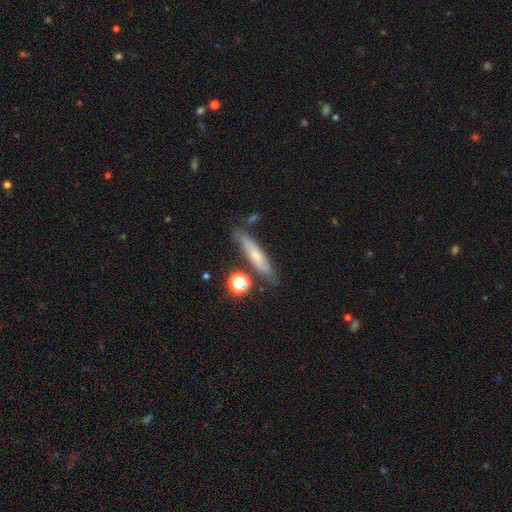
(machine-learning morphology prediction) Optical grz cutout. It shows a smooth galaxy with no disk features (53%) that is cigar-shaped (80%). Merging: none (73%).